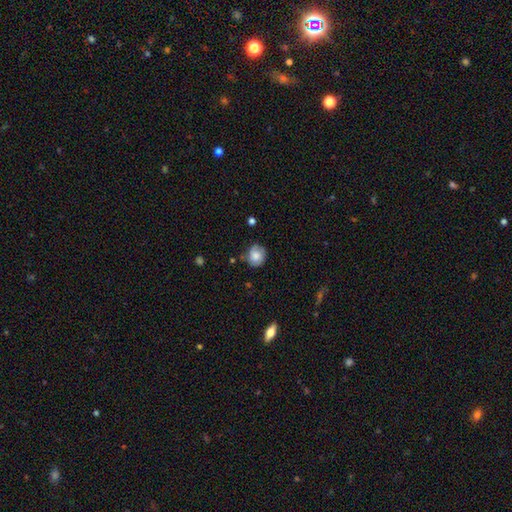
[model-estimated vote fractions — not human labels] Smooth or featured?
  - smooth: 70% *
  - featured or disk: 21%
  - star or artifact: 8%
How rounded?
  - round: 79% *
  - in between: 20%
  - cigar-shaped: 1%
Merging?
  - none: 69% *
  - minor disturbance: 23%
  - major disturbance: 6%
  - merger: 3%